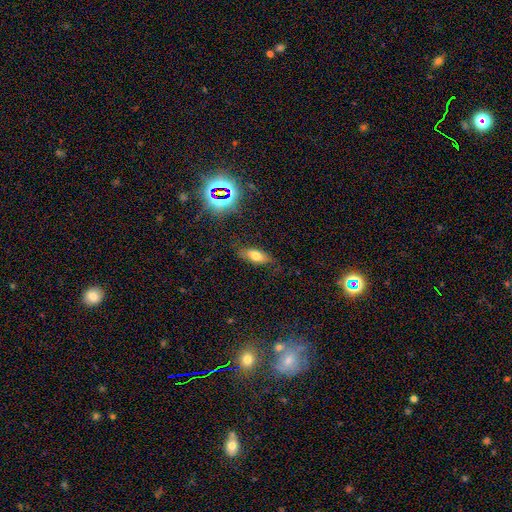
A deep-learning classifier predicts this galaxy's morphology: A smooth galaxy with no disk features (66%) that is in between round and cigar-shaped (76%). Merging: none (79%).